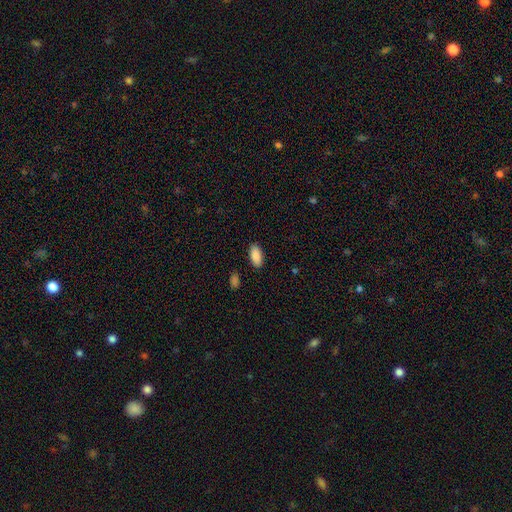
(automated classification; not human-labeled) Smooth or featured: smooth — 89% (star or artifact — 6%)
How rounded: in between — 91% (cigar-shaped — 7%)
Merging: none — 88% (minor disturbance — 8%)